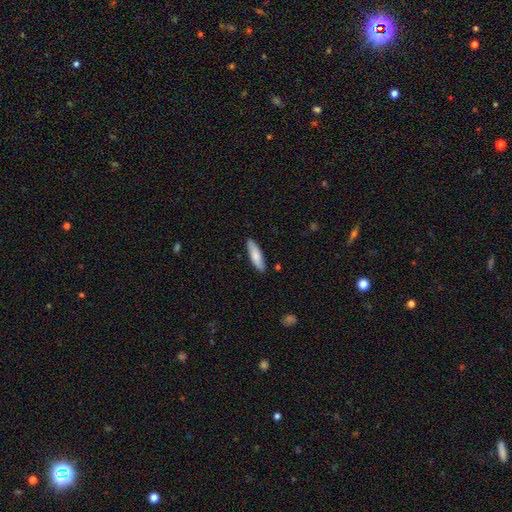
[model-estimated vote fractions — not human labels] Morphology: type=smooth (79%); roundness=cigar-shaped (62%); merging=none (87%).